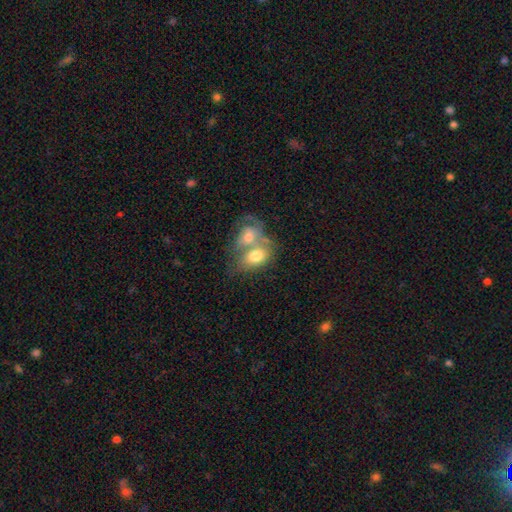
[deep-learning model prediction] smooth-or-featured: smooth: 66% | featured or disk: 27% | star or artifact: 7%
  how-rounded: in between: 77% | round: 22% | cigar-shaped: 2%
  merging: merger: 72% | none: 16% | minor disturbance: 7% | major disturbance: 6%